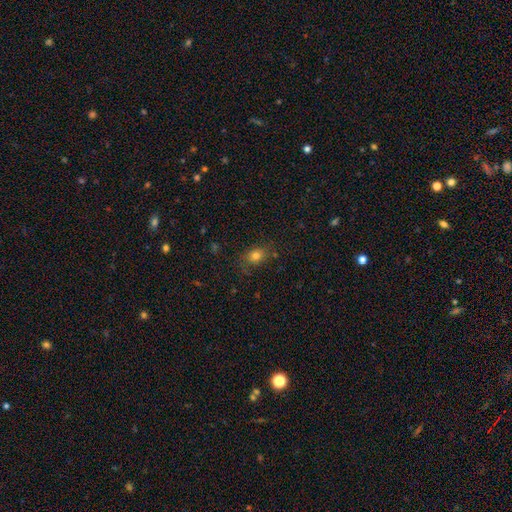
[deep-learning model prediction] Q: Smooth or featured?
A: smooth (77%); runner-up: star or artifact (13%)
Q: How rounded?
A: in between (58%); runner-up: round (40%)
Q: Merging?
A: none (74%); runner-up: minor disturbance (18%)